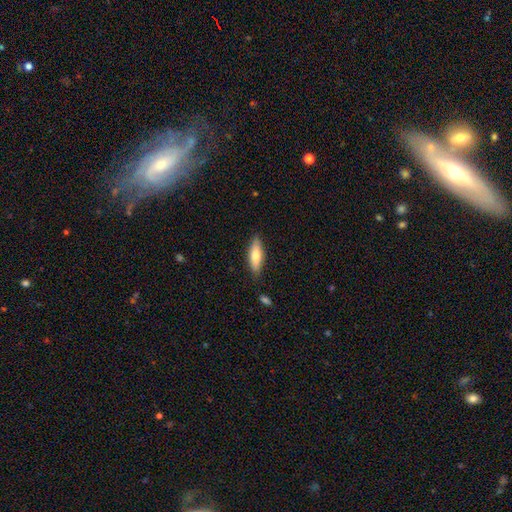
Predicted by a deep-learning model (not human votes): smooth 71%, featured or disk 23%, star or artifact 6%. Down the decision tree: how rounded — in between (50%); merging — none (84%).